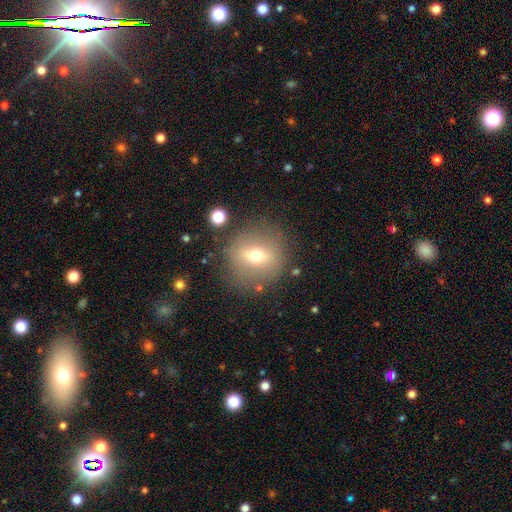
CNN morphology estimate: A smooth galaxy with no disk features (46%). Merging: none (83%).